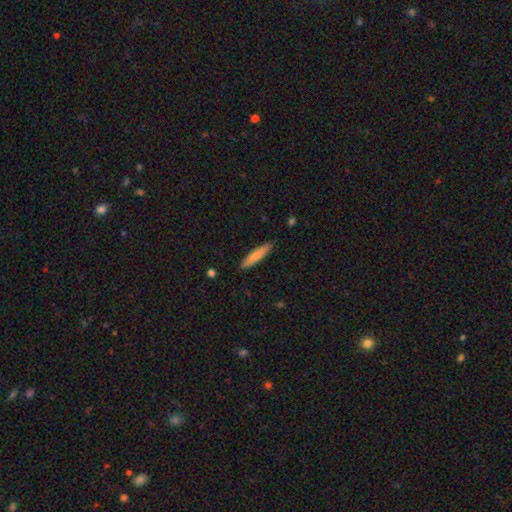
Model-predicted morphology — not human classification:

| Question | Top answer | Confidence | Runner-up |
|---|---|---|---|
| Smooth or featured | smooth | 76% | featured or disk (18%) |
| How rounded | cigar-shaped | 84% | in between (14%) |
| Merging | none | 89% | minor disturbance (8%) |